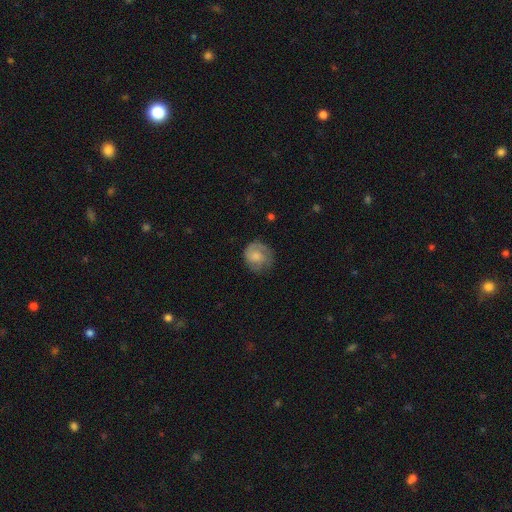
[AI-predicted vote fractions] Q: Smooth or featured?
A: smooth (48%); runner-up: featured or disk (45%)
Q: Merging?
A: none (67%); runner-up: minor disturbance (21%)